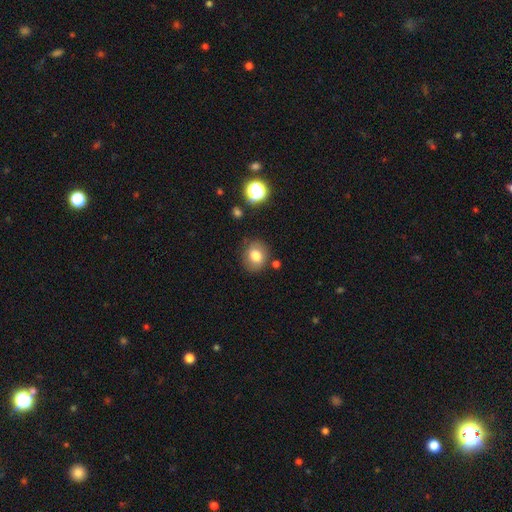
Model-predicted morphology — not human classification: Smooth or featured? Predicted: smooth (p=0.77). How rounded? Predicted: round (p=0.72). Merging? Predicted: none (p=0.80).